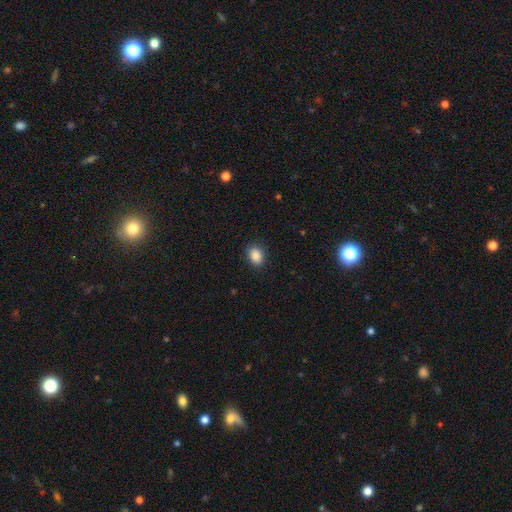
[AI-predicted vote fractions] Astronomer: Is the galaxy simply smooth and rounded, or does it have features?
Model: smooth — 88%.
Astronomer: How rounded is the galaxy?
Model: in between — 70%.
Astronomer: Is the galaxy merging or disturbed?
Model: none — 87%.